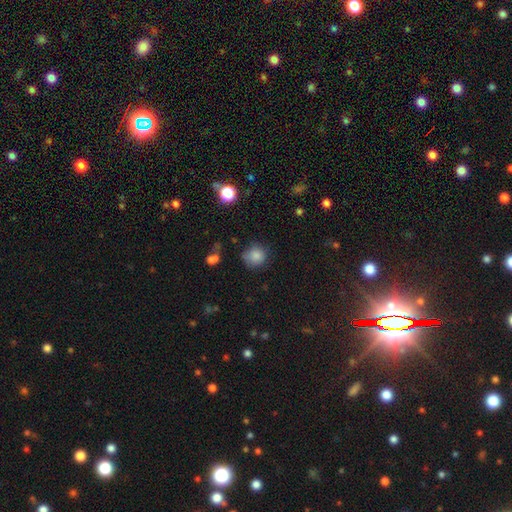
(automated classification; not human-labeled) A smooth galaxy with no disk features (83%) that is round (85%).

Vote fractions:
- Smooth or featured? smooth: 83% / star or artifact: 11% / featured or disk: 6%
- How rounded? round: 85% / in between: 14% / cigar-shaped: 1%
- Merging? none: 69% / minor disturbance: 21% / major disturbance: 6% / merger: 3%